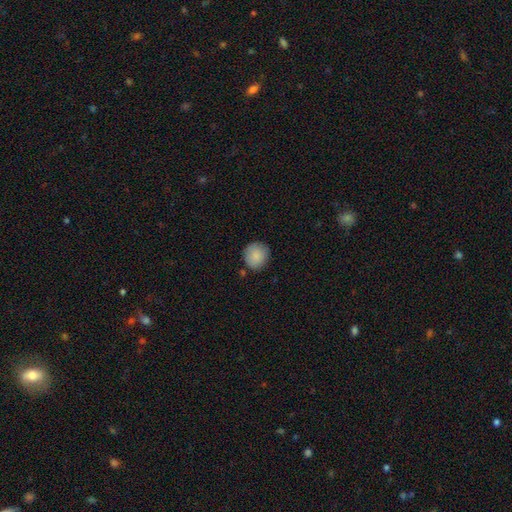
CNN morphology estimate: A smooth galaxy with no disk features (88%) that is round (89%).

Vote fractions:
- Smooth or featured? smooth: 88% / star or artifact: 7% / featured or disk: 5%
- How rounded? round: 89% / in between: 10% / cigar-shaped: 1%
- Merging? none: 83% / minor disturbance: 12% / merger: 3% / major disturbance: 3%